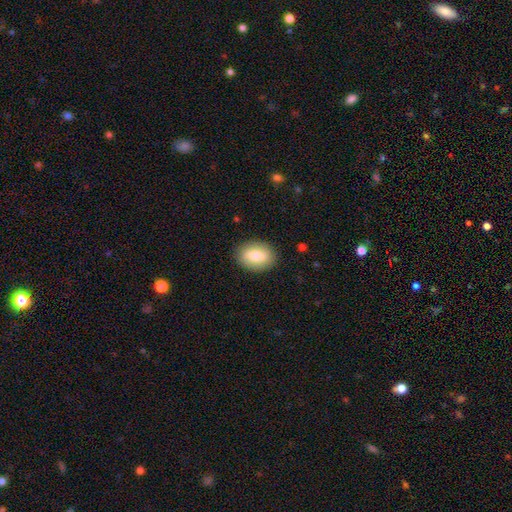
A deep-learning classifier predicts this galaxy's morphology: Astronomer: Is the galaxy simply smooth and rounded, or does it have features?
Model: smooth — 76%.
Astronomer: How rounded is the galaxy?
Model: in between — 77%.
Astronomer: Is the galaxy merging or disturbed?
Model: none — 87%.